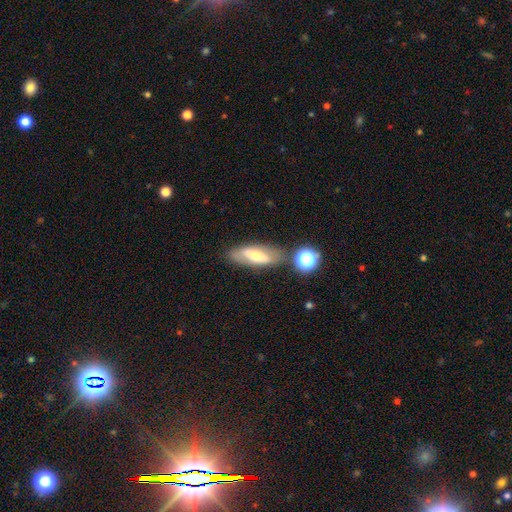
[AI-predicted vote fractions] A smooth galaxy with no disk features (46%).

Vote fractions:
- Smooth or featured? smooth: 46% / featured or disk: 45% / star or artifact: 9%
- Merging? none: 74% / minor disturbance: 14% / merger: 8% / major disturbance: 4%